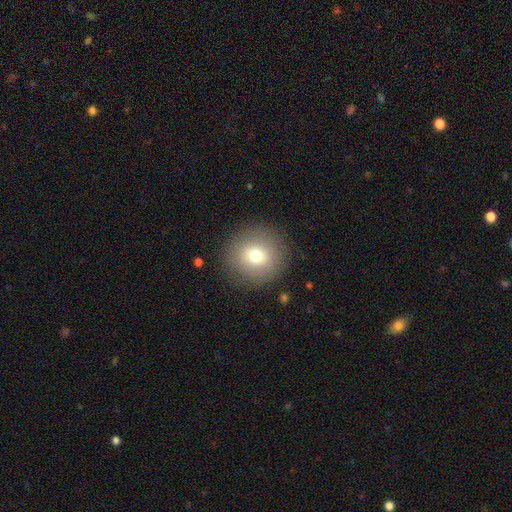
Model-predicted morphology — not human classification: This is likely a smooth galaxy (73%). How rounded: clearly round (94%). Merging: clearly none (89%).